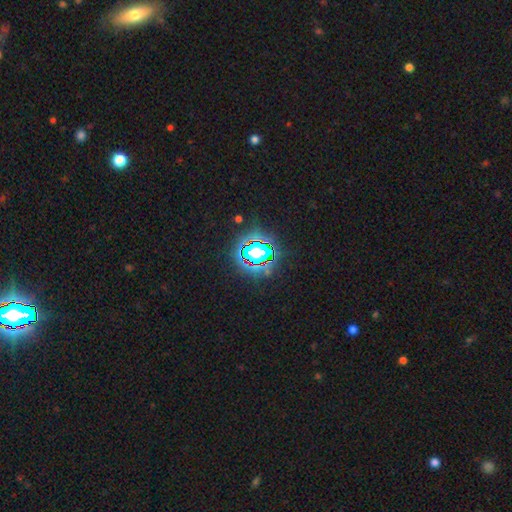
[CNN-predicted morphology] The model was most divided on "smooth or featured": star or artifact: 69%, smooth: 19%, featured or disk: 12%.